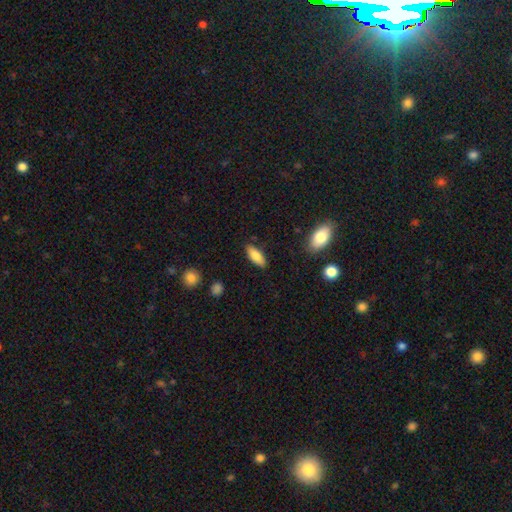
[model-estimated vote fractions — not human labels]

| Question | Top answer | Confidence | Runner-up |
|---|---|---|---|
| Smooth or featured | smooth | 81% | featured or disk (13%) |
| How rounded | in between | 74% | cigar-shaped (24%) |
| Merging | none | 86% | minor disturbance (10%) |